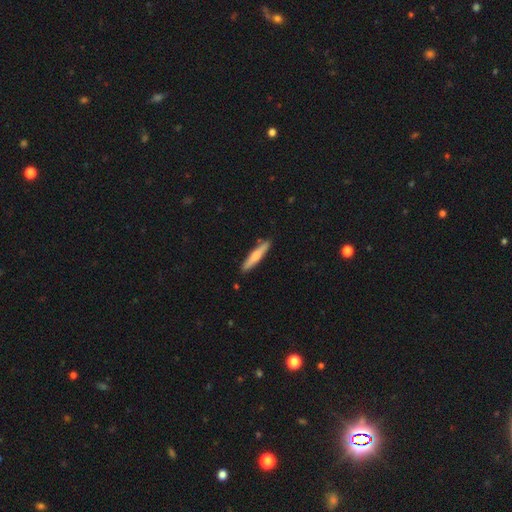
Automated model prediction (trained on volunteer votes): Q: Smooth or featured?
A: smooth (59%); runner-up: featured or disk (36%)
Q: How rounded?
A: cigar-shaped (91%); runner-up: in between (8%)
Q: Merging?
A: none (88%); runner-up: minor disturbance (8%)